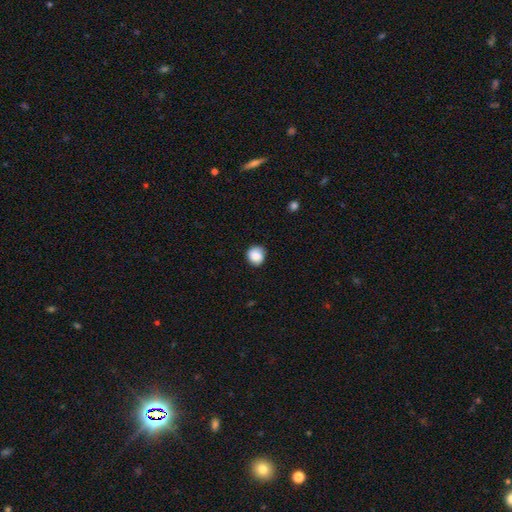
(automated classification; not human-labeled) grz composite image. It shows a smooth galaxy with no disk features (86%) that is round (88%). Merging: none (82%).